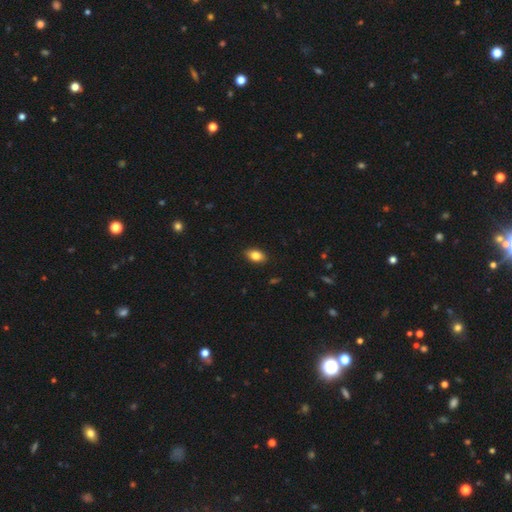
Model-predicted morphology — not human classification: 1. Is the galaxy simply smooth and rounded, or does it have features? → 83% smooth, 9% featured or disk, 8% star or artifact.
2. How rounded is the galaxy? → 87% in between, 11% round, 2% cigar-shaped.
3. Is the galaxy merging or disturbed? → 89% none, 9% minor disturbance, 2% major disturbance, 1% merger.